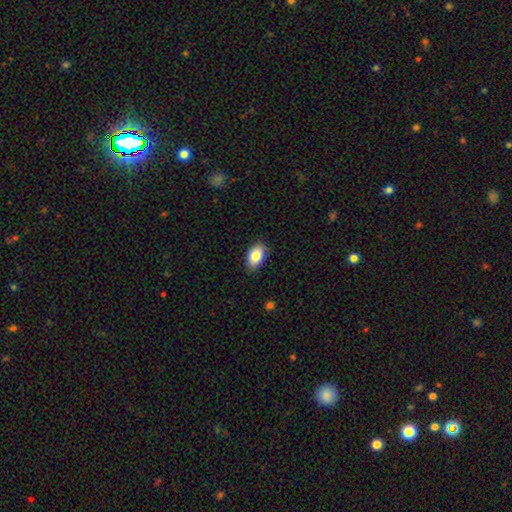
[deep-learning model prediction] Smooth or featured?
  - smooth: 86% *
  - featured or disk: 7%
  - star or artifact: 7%
How rounded?
  - in between: 91% *
  - round: 8%
  - cigar-shaped: 1%
Merging?
  - none: 83% *
  - minor disturbance: 13%
  - major disturbance: 2%
  - merger: 1%